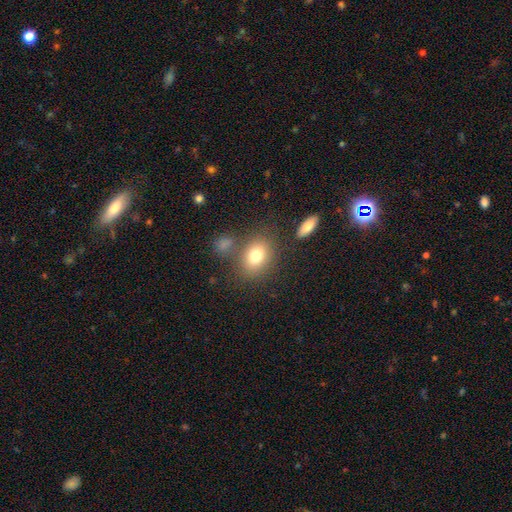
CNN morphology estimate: smooth-or-featured: smooth: 77% | featured or disk: 12% | star or artifact: 11%
  how-rounded: in between: 66% | round: 33% | cigar-shaped: 1%
  merging: none: 73% | minor disturbance: 13% | merger: 10% | major disturbance: 5%